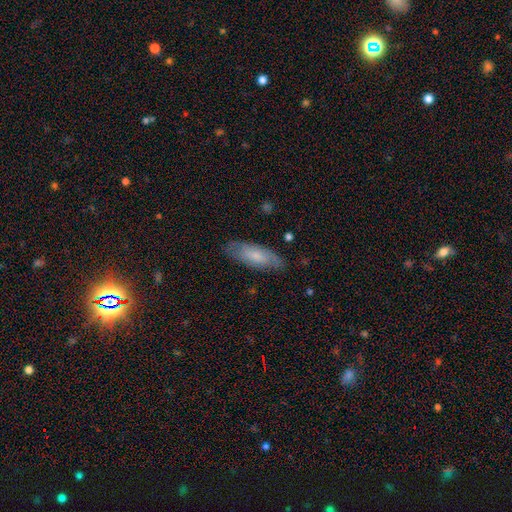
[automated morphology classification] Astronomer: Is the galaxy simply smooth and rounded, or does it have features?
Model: smooth — 59% (runner-up: featured or disk, 35%).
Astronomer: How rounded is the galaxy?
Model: in between — 68%.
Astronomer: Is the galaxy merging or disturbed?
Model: none — 78%.